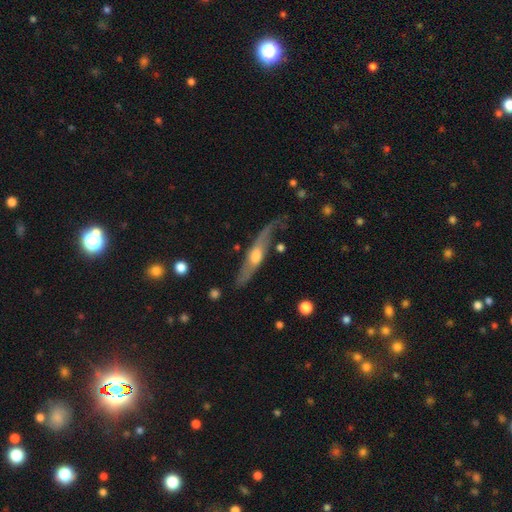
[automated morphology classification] Smooth or featured? featured or disk (66%)
Edge-on disk? yes (72%)
Merging? none (57%)